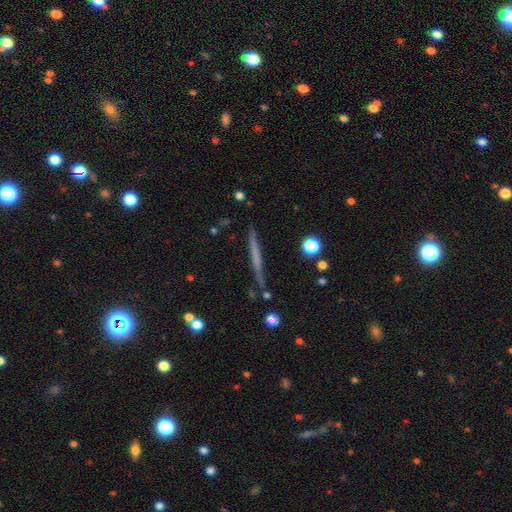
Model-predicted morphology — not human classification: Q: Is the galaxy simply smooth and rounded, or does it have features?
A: featured or disk — 49%.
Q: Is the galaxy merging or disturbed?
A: none — 88%.